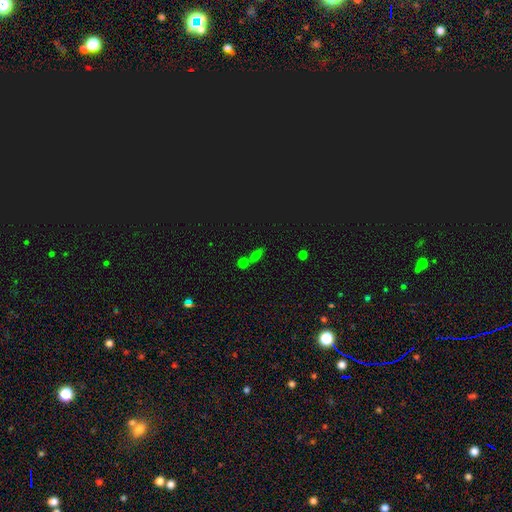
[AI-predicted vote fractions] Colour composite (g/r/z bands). It shows a smooth galaxy with no disk features (58%) that is in between round and cigar-shaped (62%). Merging: none (52%).